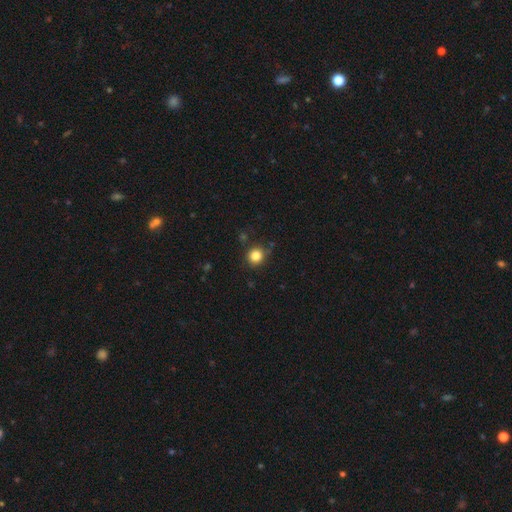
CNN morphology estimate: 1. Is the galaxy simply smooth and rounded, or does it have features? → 84% smooth, 12% star or artifact, 4% featured or disk.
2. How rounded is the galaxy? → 91% round, 8% in between, 1% cigar-shaped.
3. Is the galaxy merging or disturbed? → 85% none, 9% minor disturbance, 3% merger, 3% major disturbance.